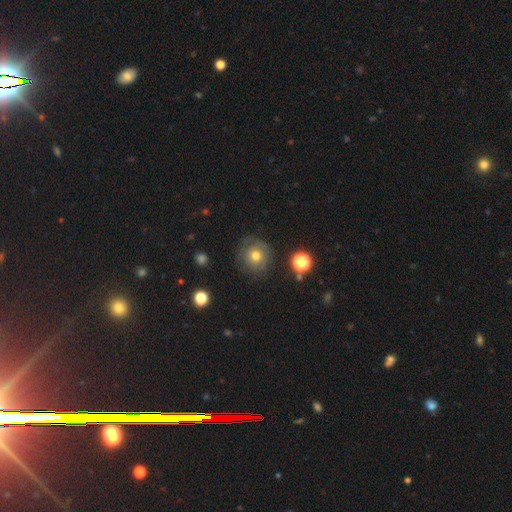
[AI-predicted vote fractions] Smooth or featured? Predicted: smooth (p=0.67). How rounded? Predicted: round (p=0.92). Merging? Predicted: none (p=0.77).